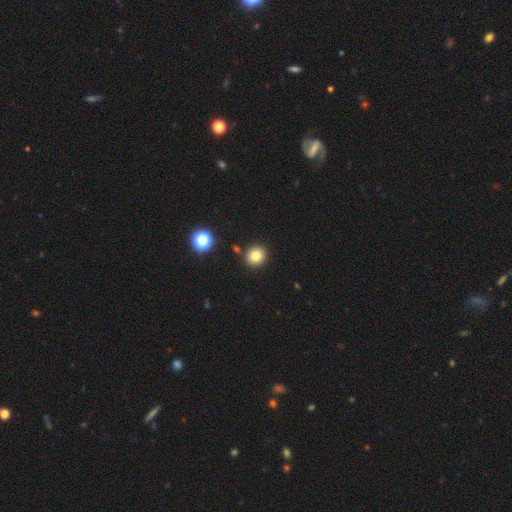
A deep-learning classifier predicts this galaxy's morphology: This is clearly a smooth galaxy (80%). How rounded: clearly round (87%). Merging: clearly none (87%).